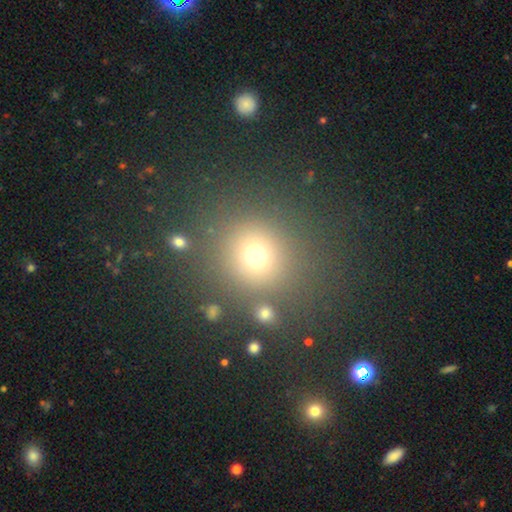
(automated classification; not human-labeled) Smooth or featured: smooth — 67% (star or artifact — 25%)
How rounded: round — 89% (in between — 10%)
Merging: none — 84% (minor disturbance — 8%)